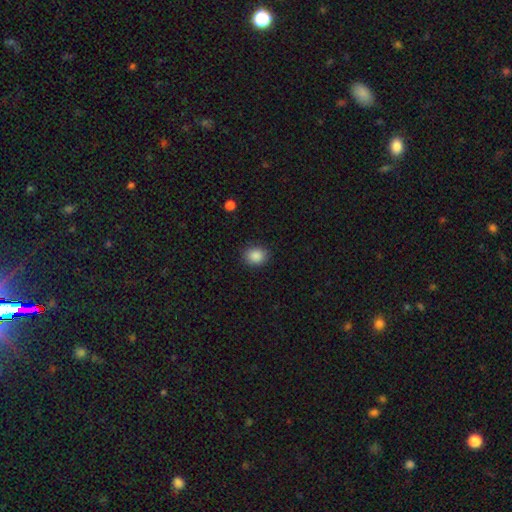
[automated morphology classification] This is clearly a smooth galaxy (87%). How rounded: likely round (64%). Merging: clearly none (88%).